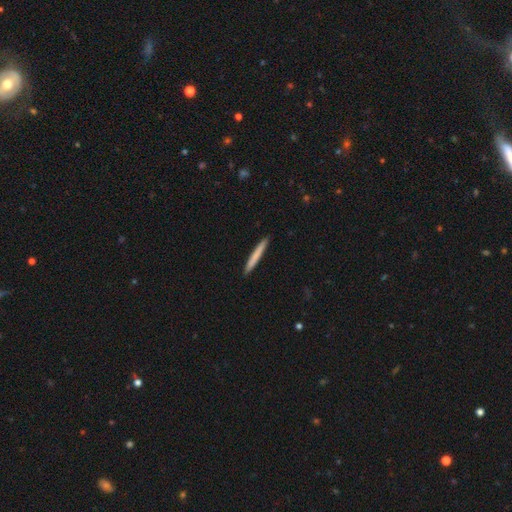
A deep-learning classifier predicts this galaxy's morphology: This appears to be a smooth galaxy with no disk features (74%) that is cigar-shaped (97%). Merging: none (93%).